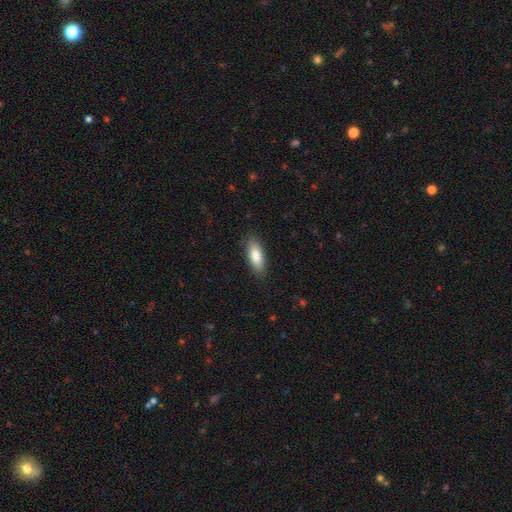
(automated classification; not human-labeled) smooth 81%, featured or disk 13%, star or artifact 6%. Down the decision tree: how rounded — in between (71%); merging — none (87%).